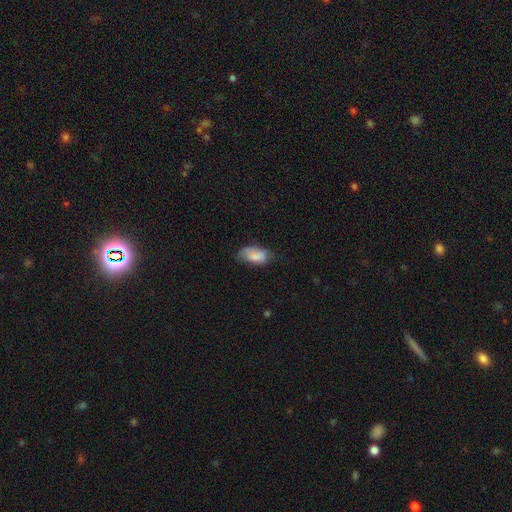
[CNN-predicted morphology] Smooth or featured? smooth (79%)
How rounded? in between (92%)
Merging? none (52%)